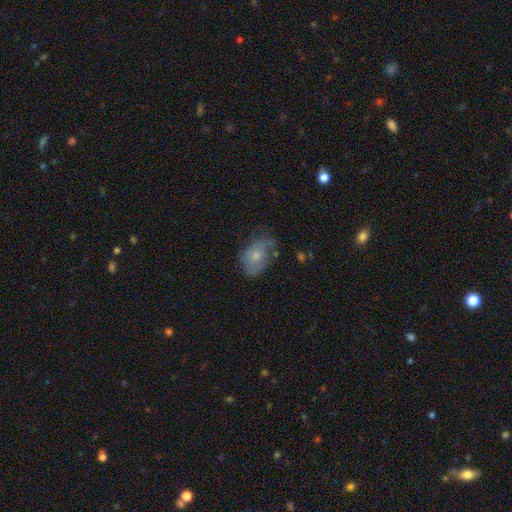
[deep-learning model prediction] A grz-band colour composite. It shows a smooth galaxy with no disk features (65%) that is in between round and cigar-shaped (83%). Merging: none (45%).